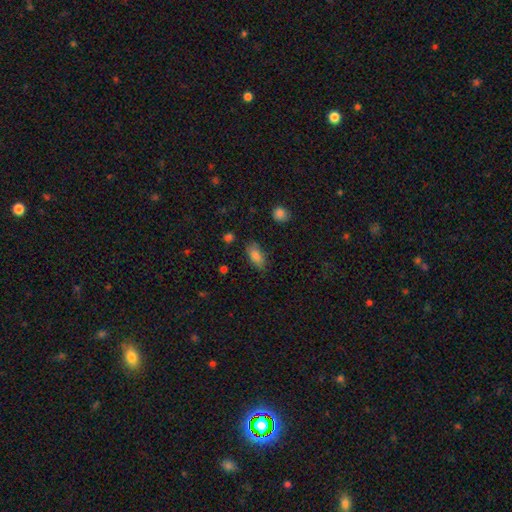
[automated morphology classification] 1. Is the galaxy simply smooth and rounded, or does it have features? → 84% smooth, 8% star or artifact, 8% featured or disk.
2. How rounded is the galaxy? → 90% in between, 6% cigar-shaped, 4% round.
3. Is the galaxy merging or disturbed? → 79% none, 15% minor disturbance, 4% major disturbance, 2% merger.